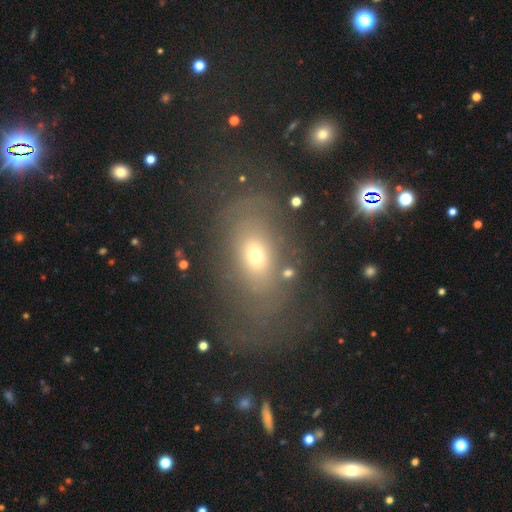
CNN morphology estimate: A smooth galaxy with no disk features (49%). Merging: none (59%).